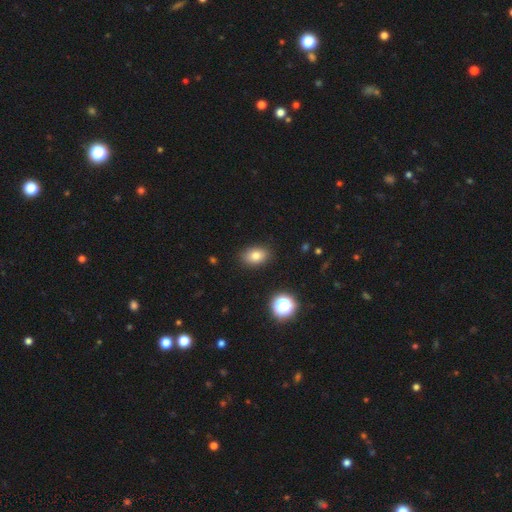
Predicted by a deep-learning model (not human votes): Smooth or featured: smooth — 80% (star or artifact — 12%)
How rounded: in between — 80% (round — 18%)
Merging: none — 87% (minor disturbance — 9%)